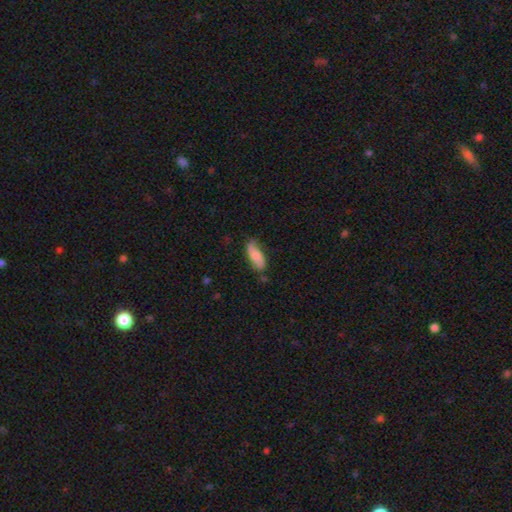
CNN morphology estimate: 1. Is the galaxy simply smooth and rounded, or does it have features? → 61% smooth, 32% featured or disk, 7% star or artifact.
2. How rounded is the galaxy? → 70% in between, 27% cigar-shaped, 2% round.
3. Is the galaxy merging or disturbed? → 68% none, 24% minor disturbance, 5% major disturbance, 3% merger.